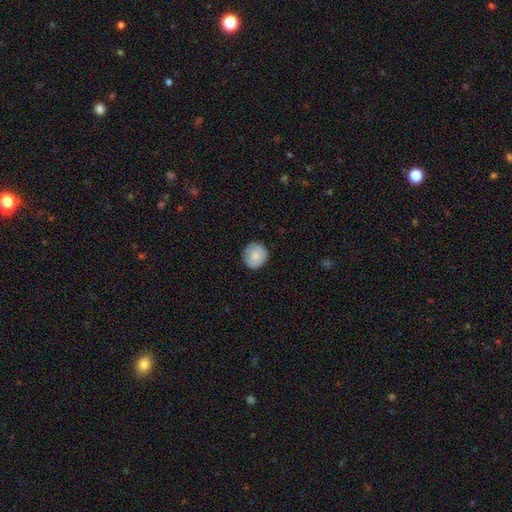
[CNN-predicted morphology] This is clearly a smooth galaxy (85%). How rounded: clearly round (90%). Merging: clearly none (88%).